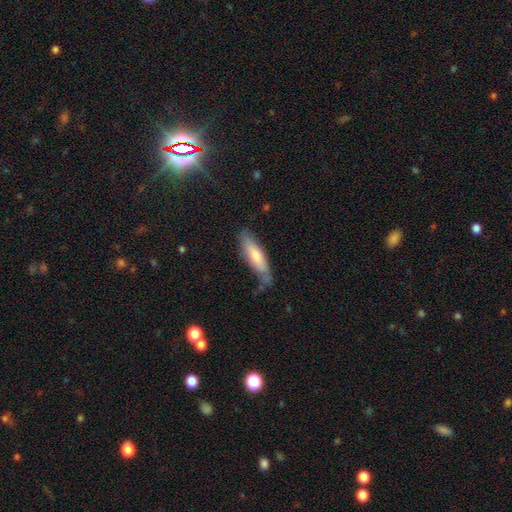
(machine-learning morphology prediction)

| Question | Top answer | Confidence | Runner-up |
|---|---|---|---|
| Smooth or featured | smooth | 65% | featured or disk (28%) |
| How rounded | cigar-shaped | 58% | in between (40%) |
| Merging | none | 54% | minor disturbance (31%) |